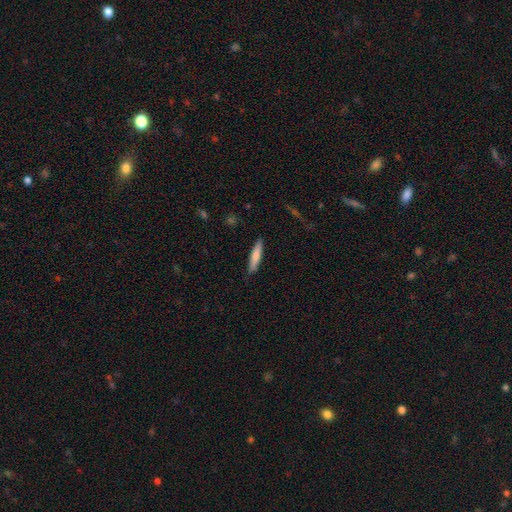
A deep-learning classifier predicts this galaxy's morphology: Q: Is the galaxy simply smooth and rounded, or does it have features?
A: smooth — 72%.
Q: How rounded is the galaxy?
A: cigar-shaped — 86%.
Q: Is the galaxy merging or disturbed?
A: none — 87%.